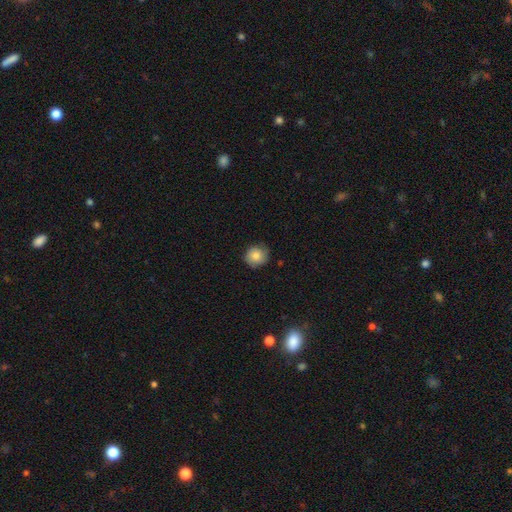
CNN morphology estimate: The model was most divided on "smooth or featured": smooth: 79%, featured or disk: 12%, star or artifact: 9%. More confident: how rounded — round (91%); merging — none (82%).